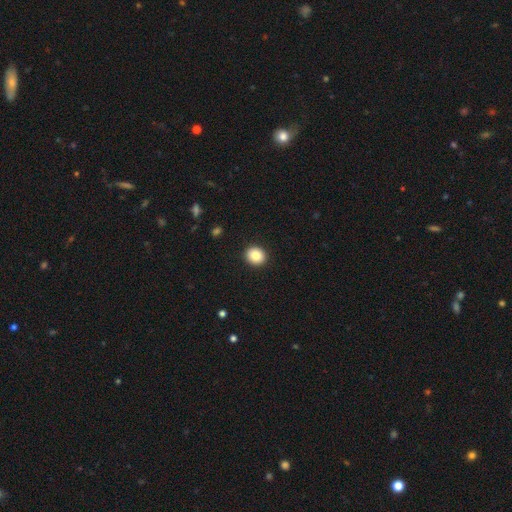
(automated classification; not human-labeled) The model was most divided on "how rounded": round: 82%, in between: 18%, cigar-shaped: 1%. More confident: merging — none (92%); smooth or featured — smooth (83%).